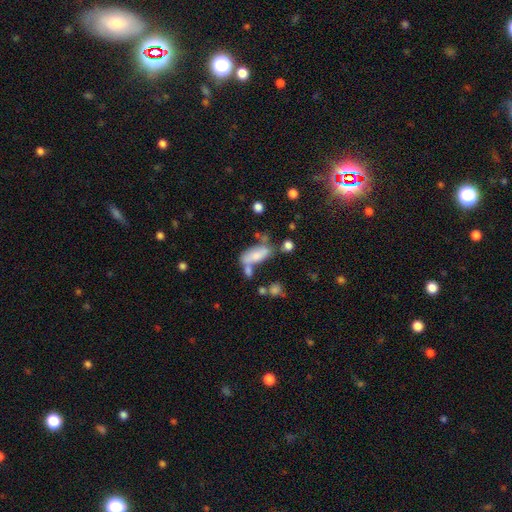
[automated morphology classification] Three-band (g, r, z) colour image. It shows a smooth galaxy with no disk features (66%) that is in between round and cigar-shaped (77%). Merging: none (36%).